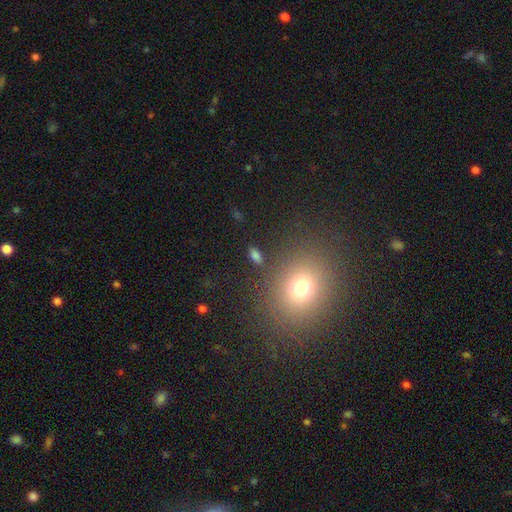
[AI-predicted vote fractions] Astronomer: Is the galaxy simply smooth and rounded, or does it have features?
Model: smooth — 78%.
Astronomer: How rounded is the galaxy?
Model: in between — 83%.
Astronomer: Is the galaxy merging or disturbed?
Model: none — 83%.